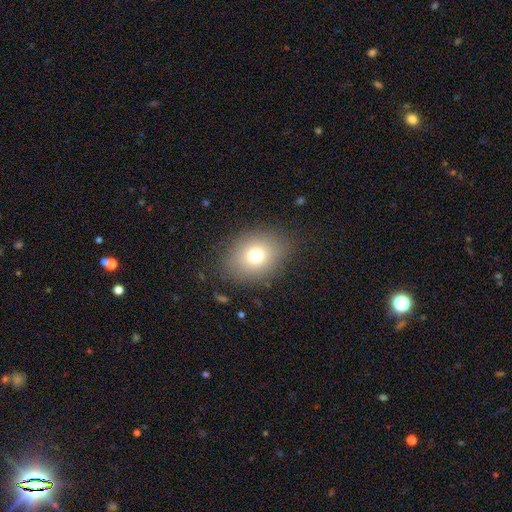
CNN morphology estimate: Smooth or featured: smooth — 74% (star or artifact — 14%)
How rounded: in between — 53% (round — 46%)
Merging: none — 84% (minor disturbance — 10%)